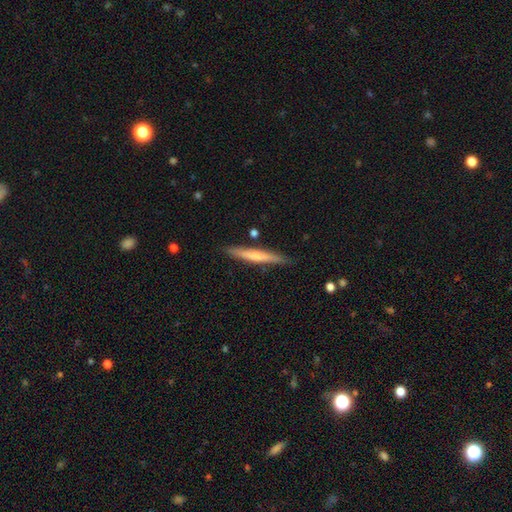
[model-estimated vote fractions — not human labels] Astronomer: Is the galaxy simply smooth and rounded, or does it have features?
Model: smooth — 57% (runner-up: featured or disk, 37%).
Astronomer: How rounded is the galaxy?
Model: cigar-shaped — 95%.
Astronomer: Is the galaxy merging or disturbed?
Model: none — 86%.